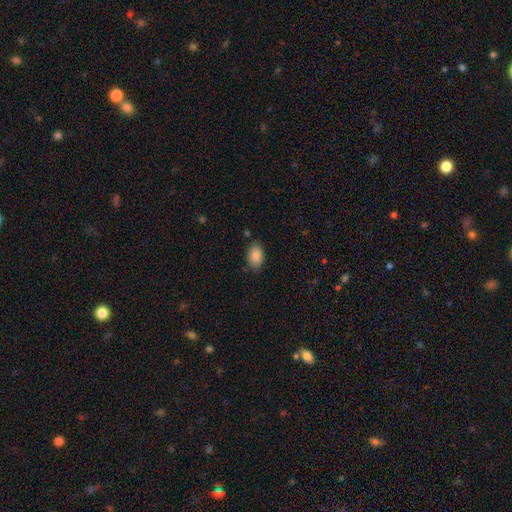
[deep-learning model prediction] A smooth galaxy with no disk features (88%) that is in between round and cigar-shaped (88%).

Vote fractions:
- Smooth or featured? smooth: 88% / star or artifact: 7% / featured or disk: 5%
- How rounded? in between: 88% / round: 10% / cigar-shaped: 1%
- Merging? none: 81% / minor disturbance: 14% / major disturbance: 3% / merger: 2%